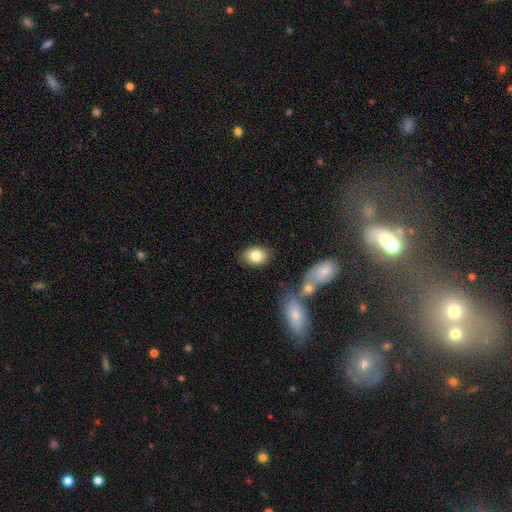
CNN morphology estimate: Q: Smooth or featured?
A: smooth (82%); runner-up: featured or disk (10%)
Q: How rounded?
A: in between (76%); runner-up: round (23%)
Q: Merging?
A: none (83%); runner-up: minor disturbance (10%)